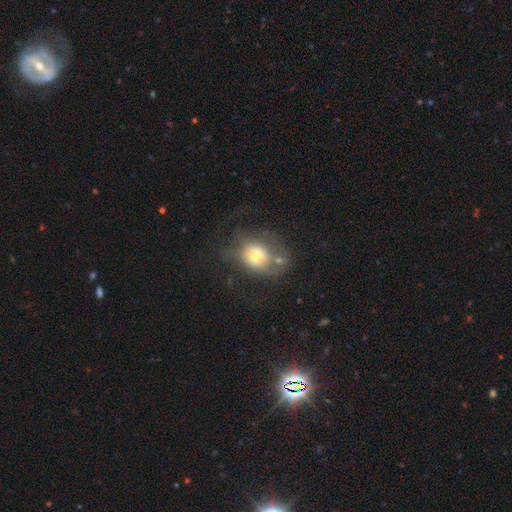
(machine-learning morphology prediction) The model was most divided on "merging": none: 33%, major disturbance: 30%, minor disturbance: 23%, merger: 15%. More confident: smooth or featured — smooth (59%); how rounded — round (52%).